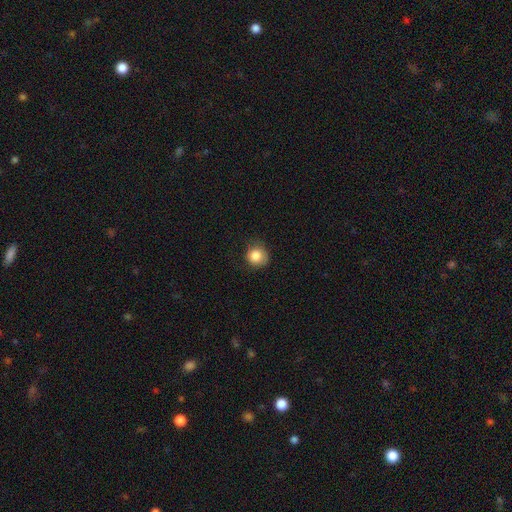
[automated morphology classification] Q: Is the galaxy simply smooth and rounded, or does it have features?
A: smooth — 84%.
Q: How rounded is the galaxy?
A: round — 87%.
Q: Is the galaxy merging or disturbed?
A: none — 67%.